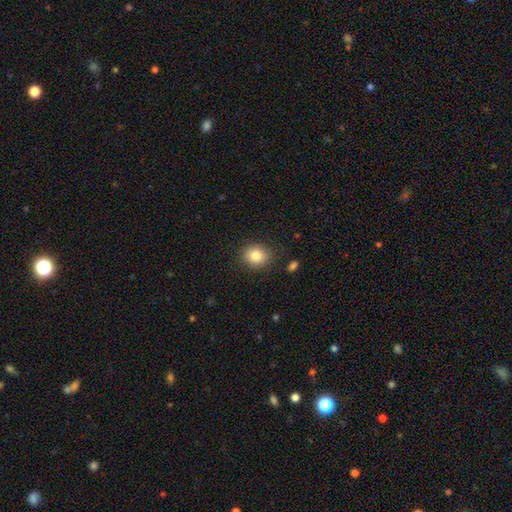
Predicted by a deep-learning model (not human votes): This is clearly a smooth galaxy (84%). How rounded: likely round (71%). Merging: clearly none (86%).